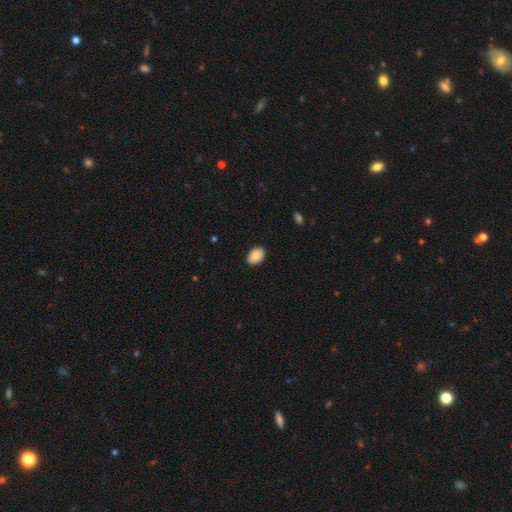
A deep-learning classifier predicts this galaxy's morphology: smooth-or-featured: smooth: 88% | star or artifact: 7% | featured or disk: 5%
  how-rounded: in between: 86% | round: 13% | cigar-shaped: 1%
  merging: none: 89% | minor disturbance: 8% | major disturbance: 2% | merger: 1%